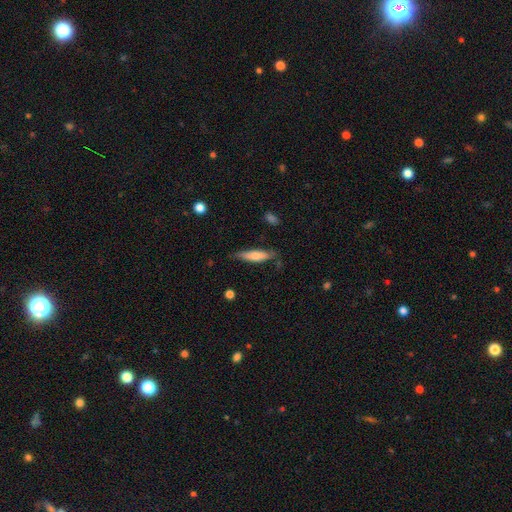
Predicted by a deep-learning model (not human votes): smooth 64%, featured or disk 30%, star or artifact 6%. Down the decision tree: how rounded — cigar-shaped (74%); merging — none (75%).